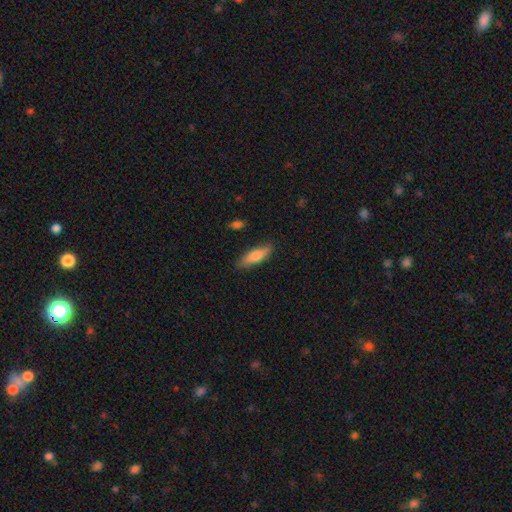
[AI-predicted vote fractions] A smooth galaxy with no disk features (76%) that is cigar-shaped (58%). Merging: none (84%).